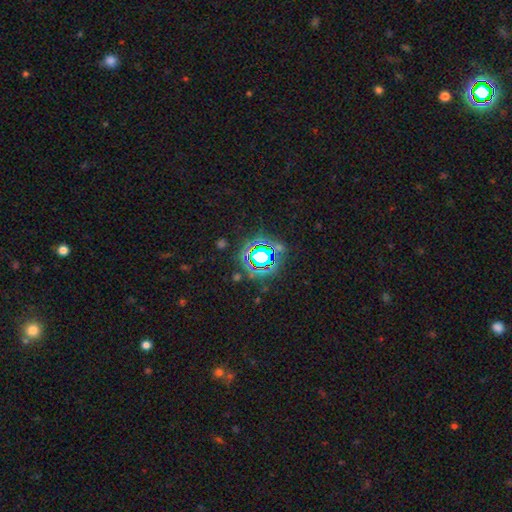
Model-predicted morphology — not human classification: Smooth or featured: star or artifact — 70% (smooth — 19%)